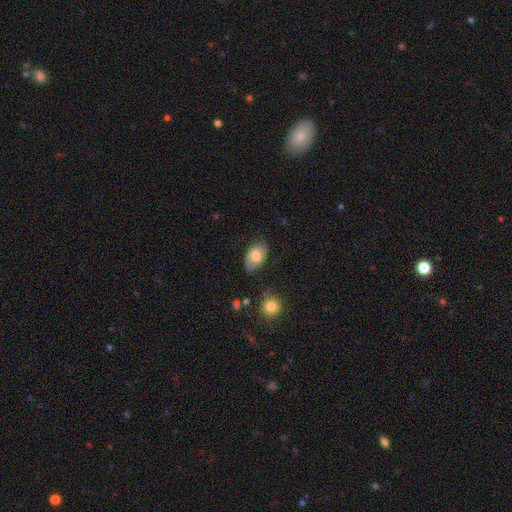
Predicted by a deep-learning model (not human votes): Smooth or featured: smooth — 65% (featured or disk — 27%)
How rounded: in between — 89% (round — 9%)
Merging: none — 71% (minor disturbance — 22%)